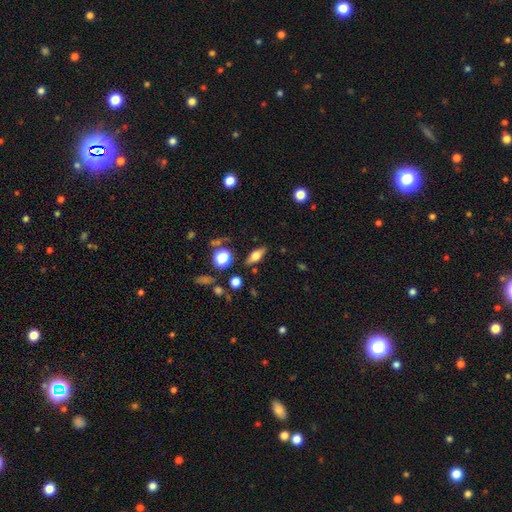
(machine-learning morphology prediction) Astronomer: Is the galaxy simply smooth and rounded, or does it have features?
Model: smooth — 57% (runner-up: featured or disk, 32%).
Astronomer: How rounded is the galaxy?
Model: in between — 70%.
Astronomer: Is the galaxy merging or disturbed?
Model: none — 83%.